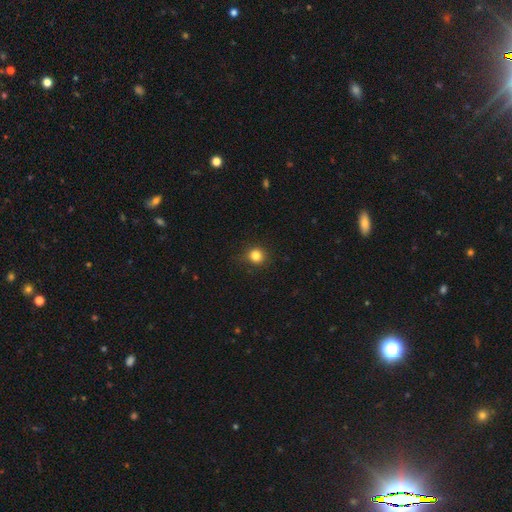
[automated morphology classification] Smooth or featured? smooth (83%)
How rounded? round (90%)
Merging? none (87%)